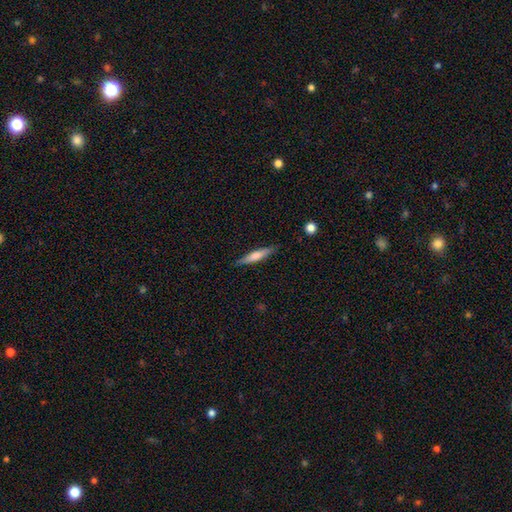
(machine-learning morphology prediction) The model was most divided on "smooth or featured": smooth: 58%, featured or disk: 36%, star or artifact: 6%. More confident: how rounded — cigar-shaped (87%); merging — none (87%).